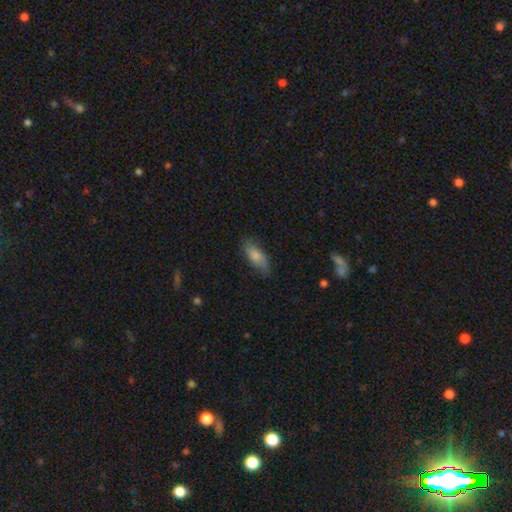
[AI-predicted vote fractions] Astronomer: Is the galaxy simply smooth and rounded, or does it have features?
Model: smooth — 76%.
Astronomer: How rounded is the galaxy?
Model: in between — 75%.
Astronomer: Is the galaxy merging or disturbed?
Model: none — 74%.